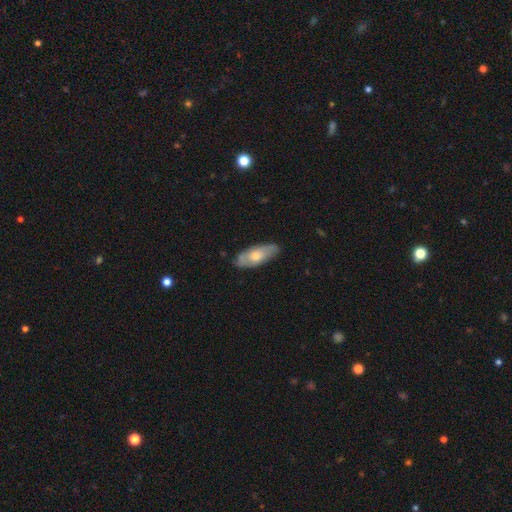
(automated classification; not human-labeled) smooth 50%, featured or disk 44%, star or artifact 6%. Down the decision tree: merging — none (79%).